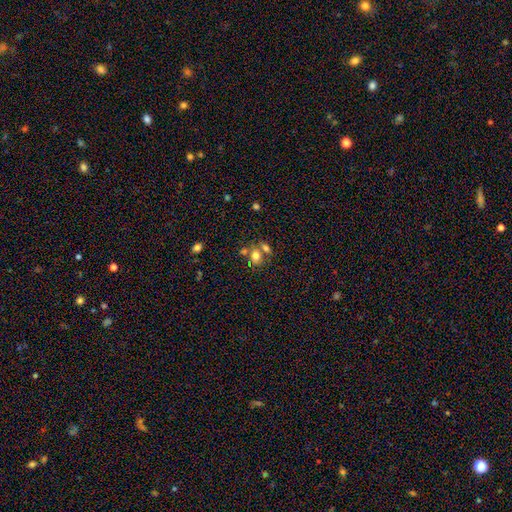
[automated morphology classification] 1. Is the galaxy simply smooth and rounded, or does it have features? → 74% smooth, 13% featured or disk, 13% star or artifact.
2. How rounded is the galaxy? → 53% in between, 45% round, 1% cigar-shaped.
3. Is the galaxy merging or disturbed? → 44% none, 39% merger, 11% minor disturbance, 5% major disturbance.